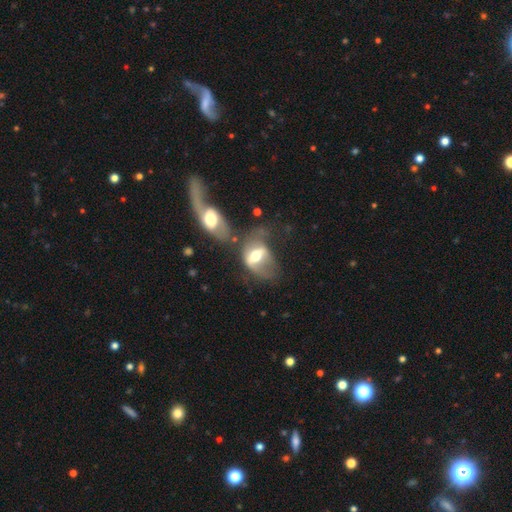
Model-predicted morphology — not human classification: Smooth or featured: featured or disk — 58% (smooth — 34%)
Edge-on disk: no — 87% (yes — 13%)
Bar: strong — 43% (weak — 33%)
Spiral arms: no — 59% (yes — 41%)
Bulge size: moderate — 64% (large — 22%)
Merging: major disturbance — 30% (merger — 28%)